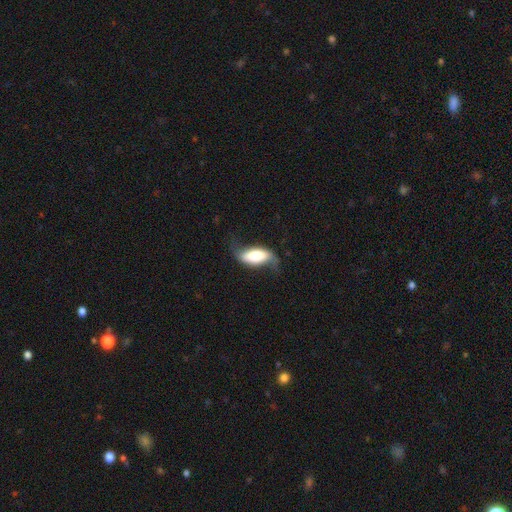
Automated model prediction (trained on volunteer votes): Q: Smooth or featured?
A: featured or disk (49%); runner-up: smooth (44%)
Q: Merging?
A: none (53%); runner-up: minor disturbance (28%)